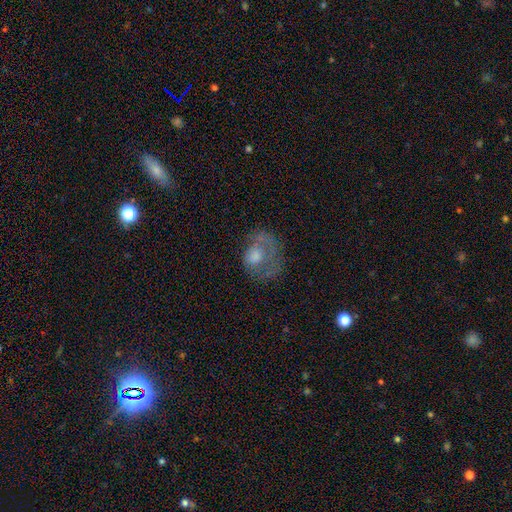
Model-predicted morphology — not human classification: smooth-or-featured: featured or disk: 48% | smooth: 41% | star or artifact: 12%
  merging: none: 39% | major disturbance: 38% | minor disturbance: 21% | merger: 3%